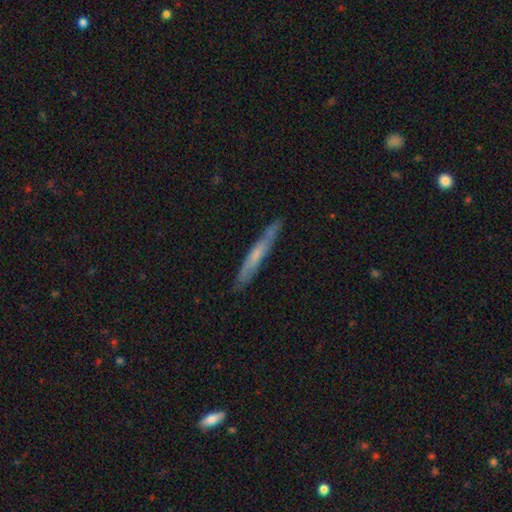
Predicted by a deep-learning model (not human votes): Smooth or featured?
  - smooth: 48% *
  - featured or disk: 46%
  - star or artifact: 6%
Merging?
  - none: 83% *
  - minor disturbance: 13%
  - major disturbance: 2%
  - merger: 2%